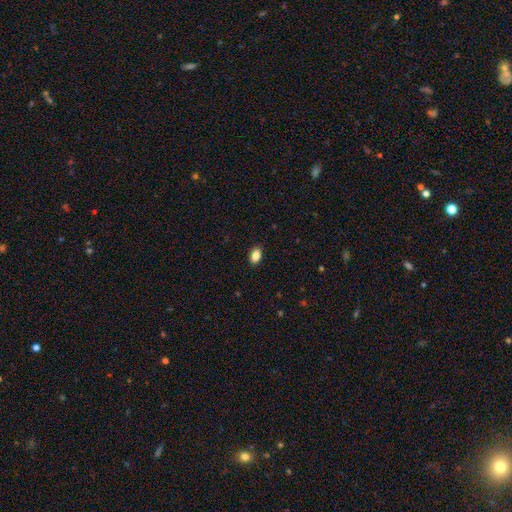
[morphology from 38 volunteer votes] Smooth or featured? smooth (95%)
How rounded? in between (86%)
Merging? none (97%)